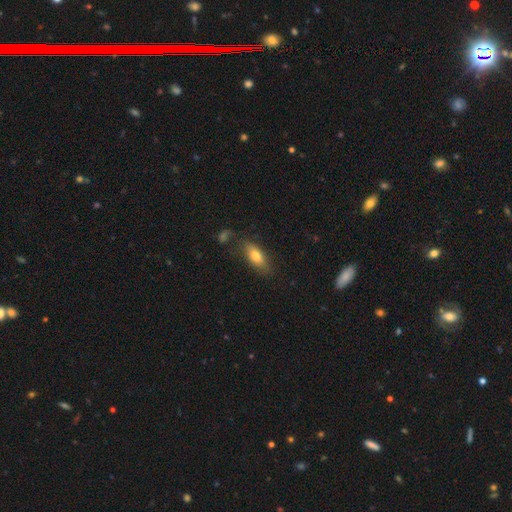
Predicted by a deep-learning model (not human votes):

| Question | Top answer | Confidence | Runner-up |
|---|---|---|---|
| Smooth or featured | smooth | 76% | featured or disk (17%) |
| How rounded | in between | 78% | cigar-shaped (19%) |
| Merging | none | 72% | minor disturbance (17%) |